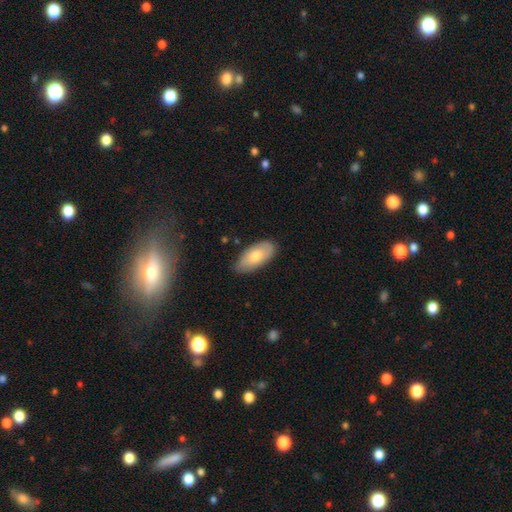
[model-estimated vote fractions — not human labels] Smooth or featured? smooth (72%)
How rounded? in between (92%)
Merging? none (78%)